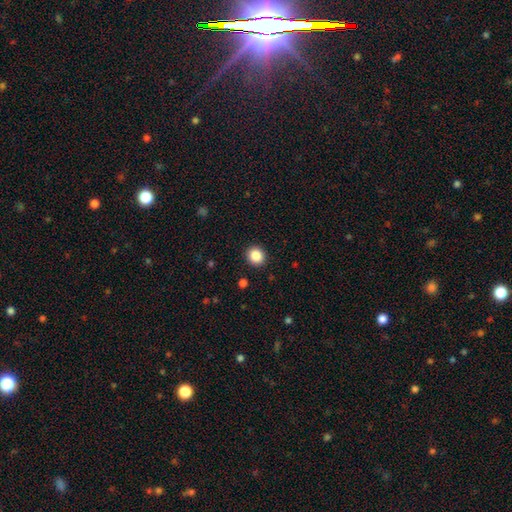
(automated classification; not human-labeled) This appears to be a smooth galaxy with no disk features (86%) that is round (87%). Merging: none (92%).